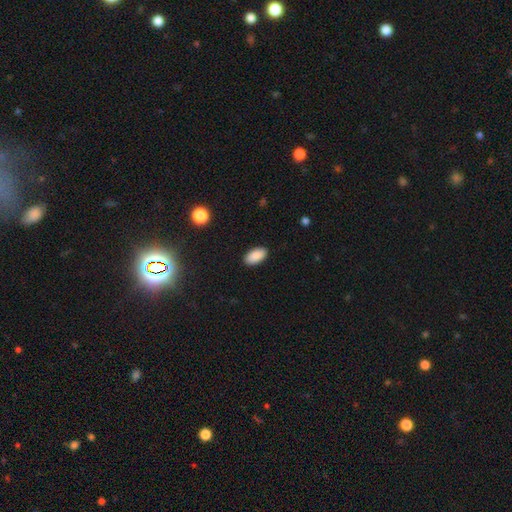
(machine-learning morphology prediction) smooth 90%, star or artifact 7%, featured or disk 3%. Down the decision tree: how rounded — in between (95%); merging — none (89%).